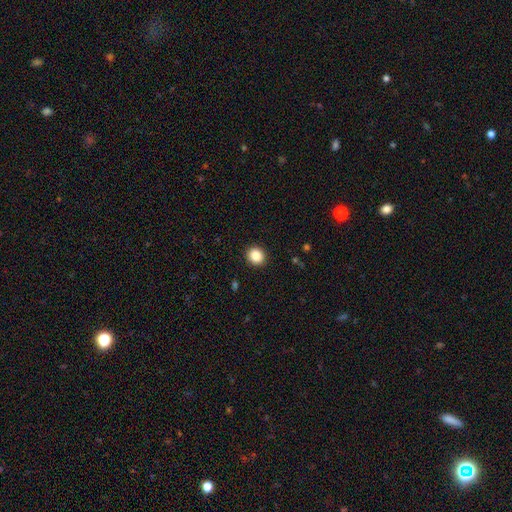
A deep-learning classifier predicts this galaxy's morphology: Smooth or featured? smooth (87%)
How rounded? round (79%)
Merging? none (92%)